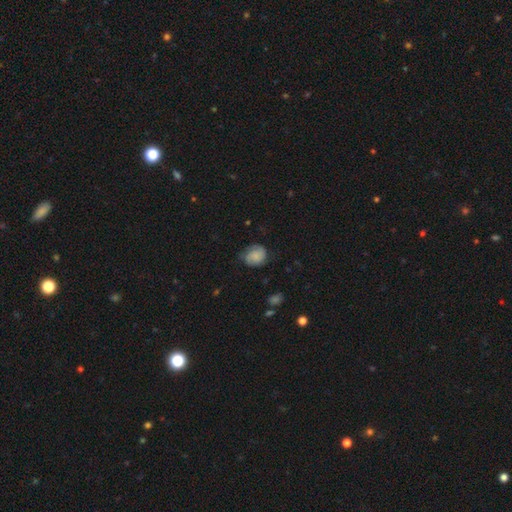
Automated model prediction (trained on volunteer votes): The model was most divided on "how rounded": round: 64%, in between: 35%, cigar-shaped: 1%. More confident: smooth or featured — smooth (67%); merging — none (62%).